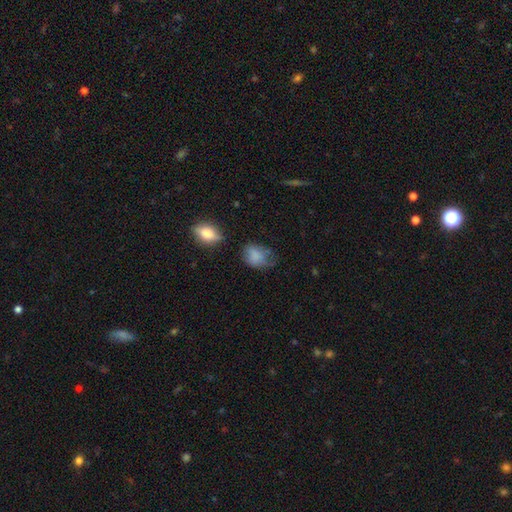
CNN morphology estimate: Smooth or featured: smooth — 76% (featured or disk — 14%)
How rounded: in between — 68% (round — 31%)
Merging: none — 41% (minor disturbance — 36%)